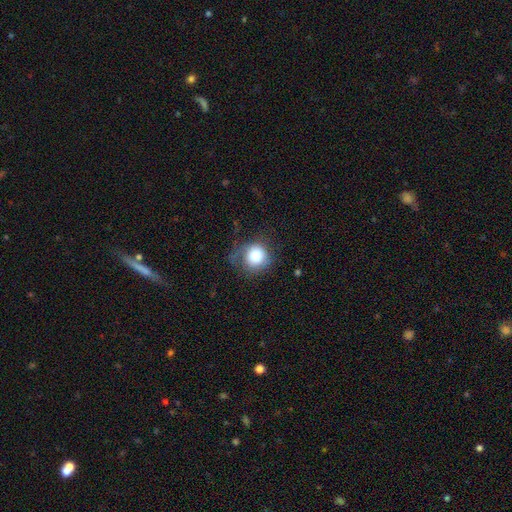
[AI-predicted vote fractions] Overall: smooth (80%). How rounded: round (86%). Merging: none (52%; minor disturbance 28%).